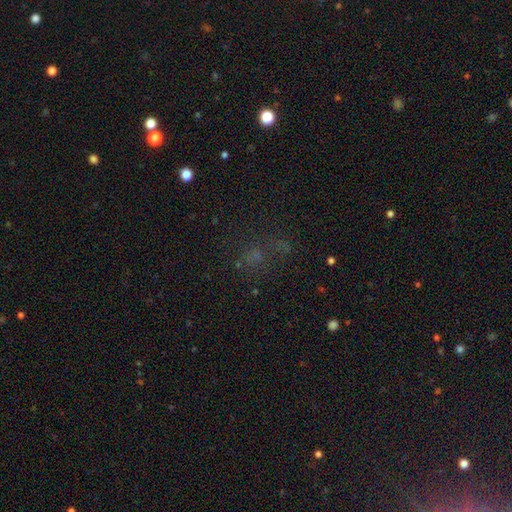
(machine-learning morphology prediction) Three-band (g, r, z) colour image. It shows a star or artifact, not a galaxy (43%).